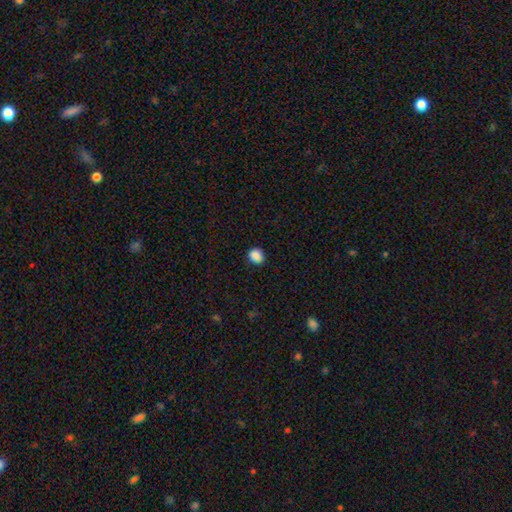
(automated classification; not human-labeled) A smooth galaxy with no disk features (88%) that is round (61%).

Vote fractions:
- Smooth or featured? smooth: 88% / star or artifact: 9% / featured or disk: 3%
- How rounded? round: 61% / in between: 38% / cigar-shaped: 1%
- Merging? none: 87% / minor disturbance: 10% / major disturbance: 2% / merger: 1%